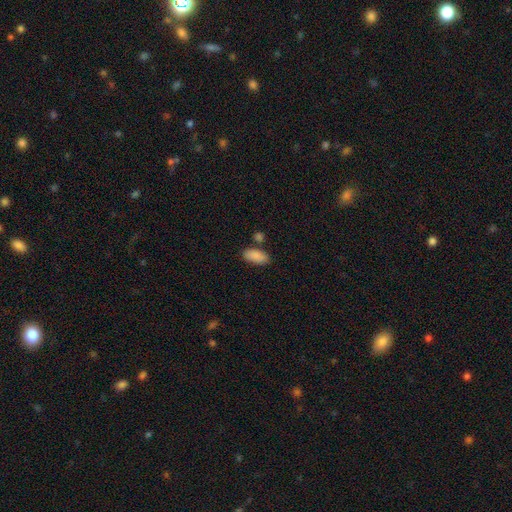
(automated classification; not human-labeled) A smooth galaxy with no disk features (89%) that is in between round and cigar-shaped (90%). Merging: none (76%).